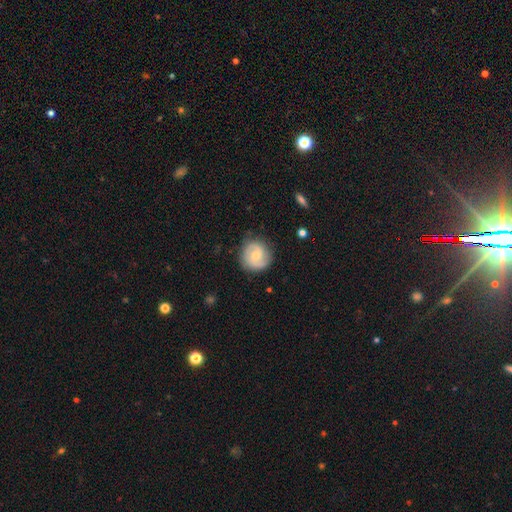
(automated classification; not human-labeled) Smooth or featured?
  - featured or disk: 63% *
  - smooth: 31%
  - star or artifact: 6%
Edge-on disk?
  - no: 98% *
  - yes: 2%
Bar?
  - no: 60% *
  - weak: 35%
  - strong: 6%
Spiral arms?
  - yes: 89% *
  - no: 11%
Spiral winding?
  - medium: 43% *
  - tight: 42%
  - loose: 16%
Spiral arm count?
  - 2: 81% *
  - can't tell: 10%
  - 1: 4%
  - 3: 3%
  - 4: 1%
  - more than 4: 1%
Bulge size?
  - moderate: 49% *
  - small: 46%
  - none: 2%
  - large: 2%
  - dominant: 1%
Merging?
  - none: 82% *
  - minor disturbance: 13%
  - major disturbance: 4%
  - merger: 1%